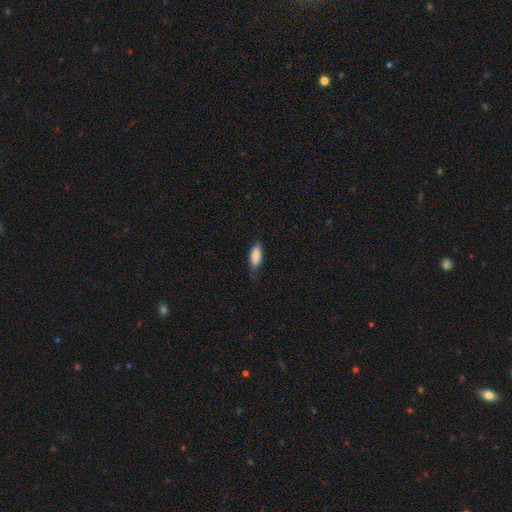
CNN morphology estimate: A smooth galaxy with no disk features (86%) that is in between round and cigar-shaped (75%). Merging: none (77%).